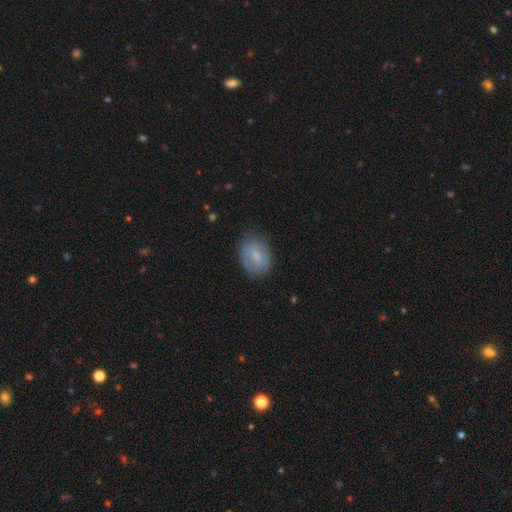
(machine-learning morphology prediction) Smooth or featured? smooth (68%)
How rounded? in between (78%)
Merging? none (73%)